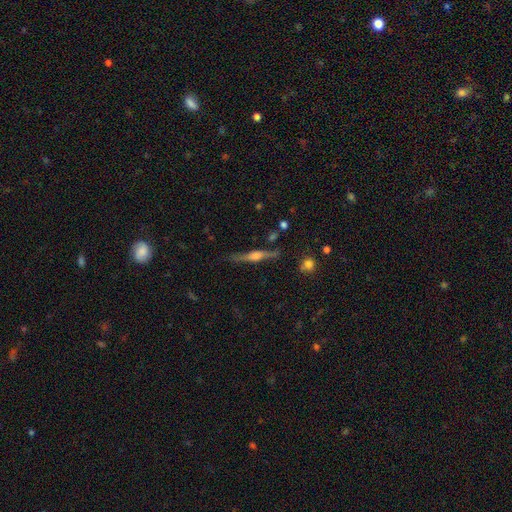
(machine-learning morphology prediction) featured or disk 77%, smooth 16%, star or artifact 7%. Down the decision tree: edge-on disk — yes (97%); edge-on bulge — rounded (79%); merging — none (86%).